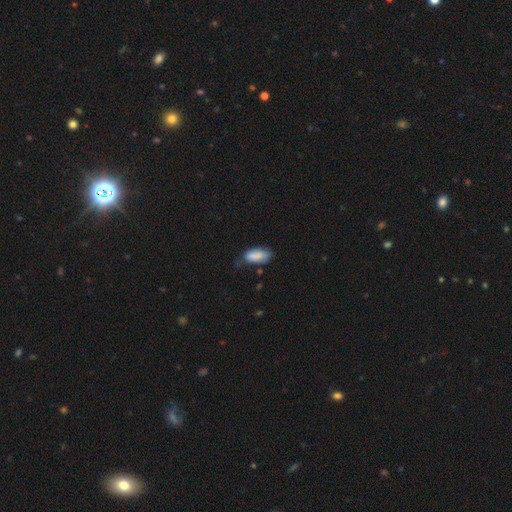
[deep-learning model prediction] A smooth galaxy with no disk features (84%) that is in between round and cigar-shaped (89%). Merging: none (52%).